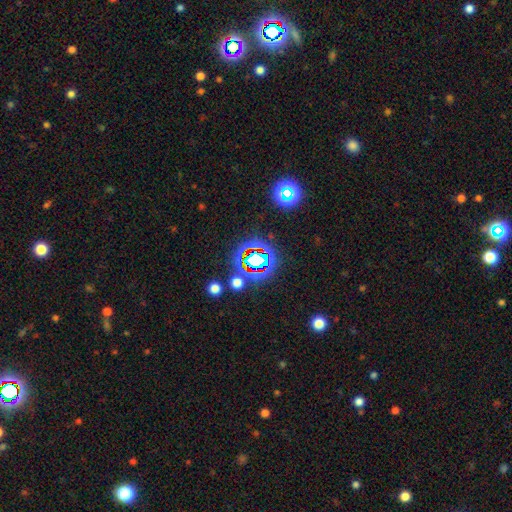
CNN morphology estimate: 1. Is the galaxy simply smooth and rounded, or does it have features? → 76% star or artifact, 15% smooth, 9% featured or disk.